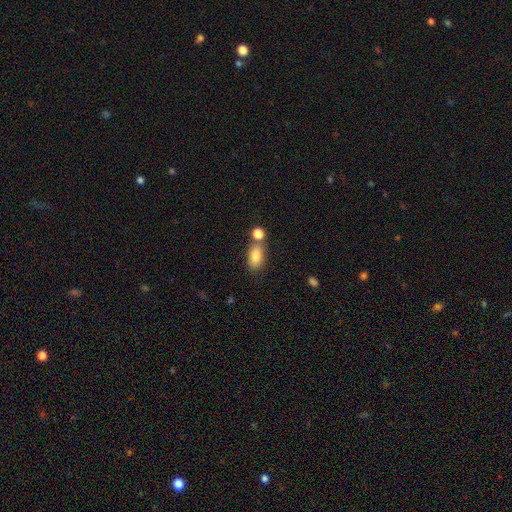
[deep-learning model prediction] Smooth or featured: smooth — 83% (featured or disk — 9%)
How rounded: in between — 87% (round — 10%)
Merging: none — 58% (merger — 25%)